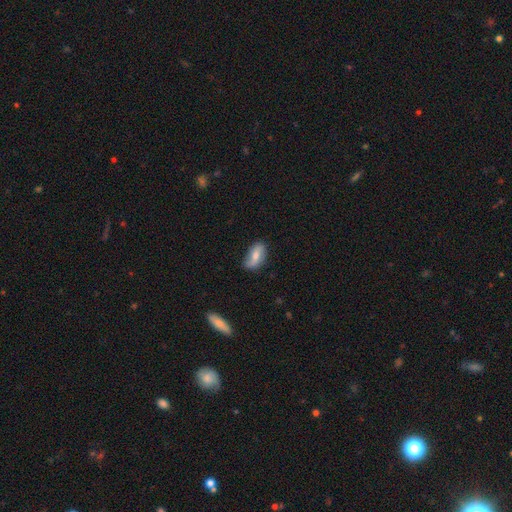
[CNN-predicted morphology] A smooth galaxy with no disk features (56%) that is in between round and cigar-shaped (89%). Merging: none (74%).